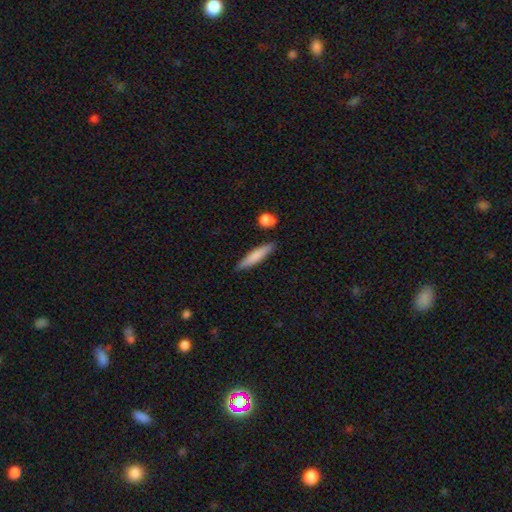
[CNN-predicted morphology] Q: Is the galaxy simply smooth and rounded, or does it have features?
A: smooth — 77%.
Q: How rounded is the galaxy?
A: cigar-shaped — 86%.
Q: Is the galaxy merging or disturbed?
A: none — 84%.